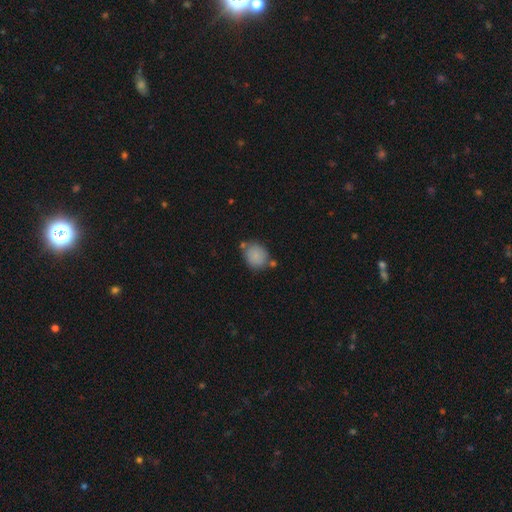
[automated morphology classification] This is clearly a smooth galaxy (85%). How rounded: likely round (66%). Merging: likely none (64%).